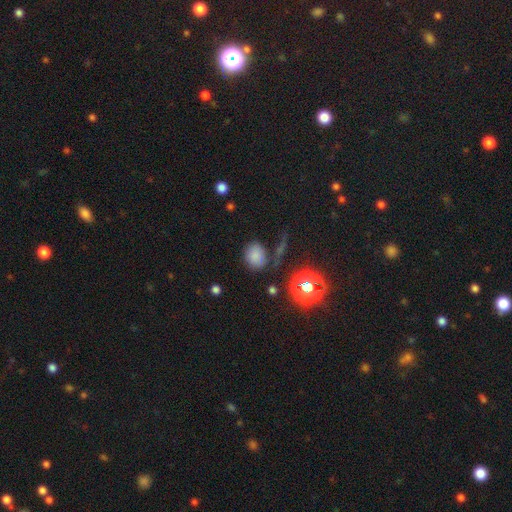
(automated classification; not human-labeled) Overall: smooth (73%). How rounded: round (54%; in between 45%). Merging: none (68%).